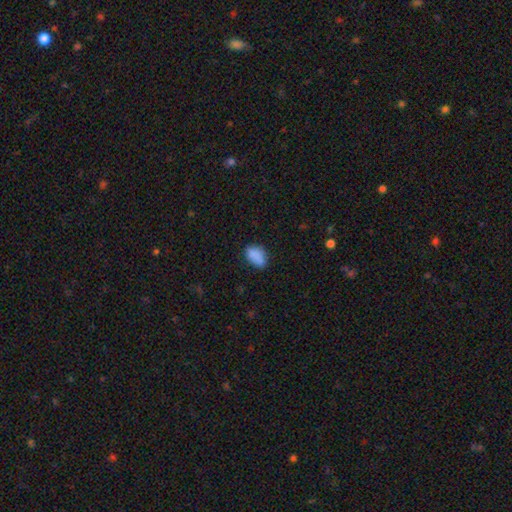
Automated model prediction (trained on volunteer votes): Smooth or featured: smooth — 85% (star or artifact — 9%)
How rounded: in between — 89% (round — 9%)
Merging: none — 65% (minor disturbance — 26%)